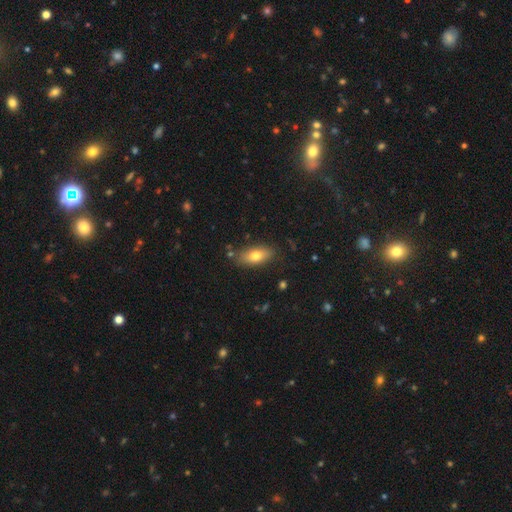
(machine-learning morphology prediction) type=smooth (73%); roundness=in between (83%); merging=none (80%).